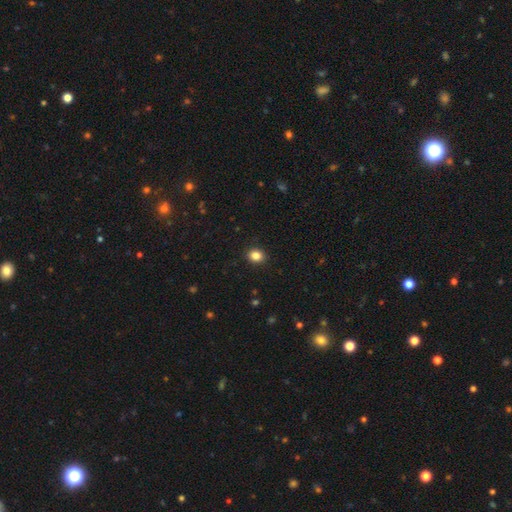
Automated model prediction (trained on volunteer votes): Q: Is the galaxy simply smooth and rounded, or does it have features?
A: smooth — 84%.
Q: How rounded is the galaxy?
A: round — 61%.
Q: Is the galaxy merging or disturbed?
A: none — 91%.